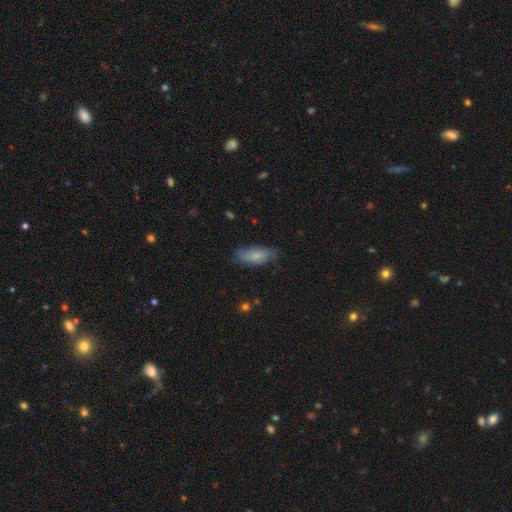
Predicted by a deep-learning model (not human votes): A smooth galaxy with no disk features (63%) that is in between round and cigar-shaped (80%). Merging: none (68%).